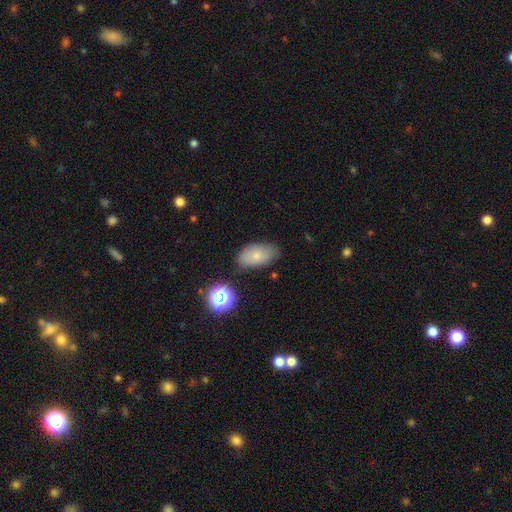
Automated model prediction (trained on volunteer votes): The model was most divided on "smooth or featured": smooth: 72%, featured or disk: 17%, star or artifact: 11%. More confident: how rounded — in between (91%); merging — none (74%).